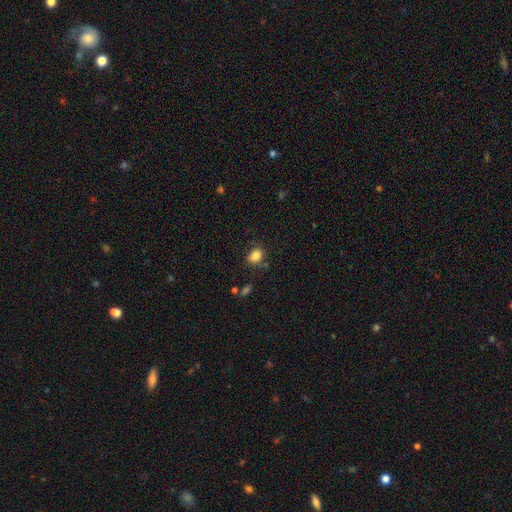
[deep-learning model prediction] Smooth or featured?
  - smooth: 83% *
  - star or artifact: 10%
  - featured or disk: 6%
How rounded?
  - in between: 61% *
  - round: 38%
  - cigar-shaped: 1%
Merging?
  - none: 75% *
  - minor disturbance: 16%
  - merger: 5%
  - major disturbance: 5%